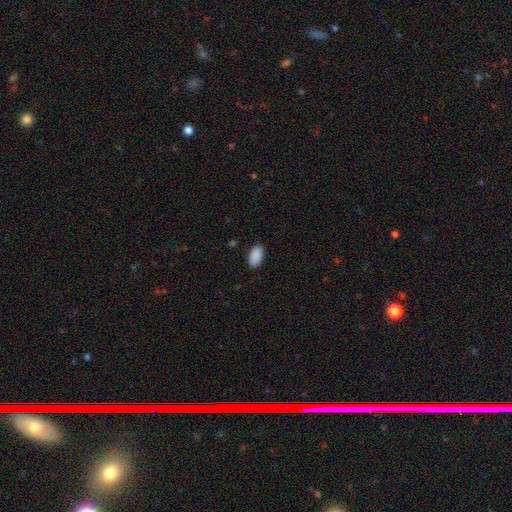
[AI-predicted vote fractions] Smooth or featured?
  - smooth: 91% *
  - star or artifact: 7%
  - featured or disk: 3%
How rounded?
  - in between: 94% *
  - round: 4%
  - cigar-shaped: 2%
Merging?
  - none: 87% *
  - minor disturbance: 10%
  - major disturbance: 2%
  - merger: 1%